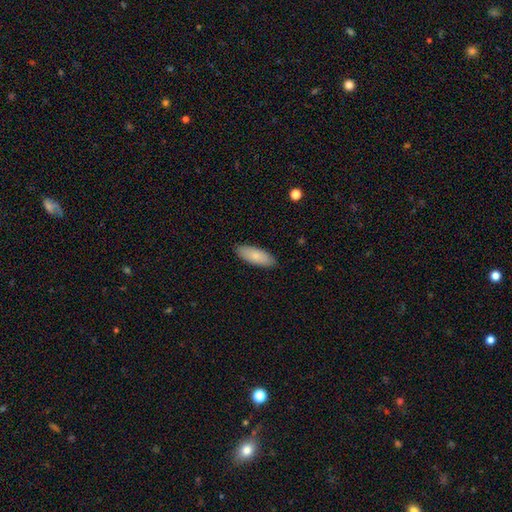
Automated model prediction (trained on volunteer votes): smooth-or-featured: smooth: 82% | featured or disk: 12% | star or artifact: 6%
  how-rounded: in between: 79% | cigar-shaped: 20% | round: 2%
  merging: none: 87% | minor disturbance: 10% | major disturbance: 2% | merger: 1%